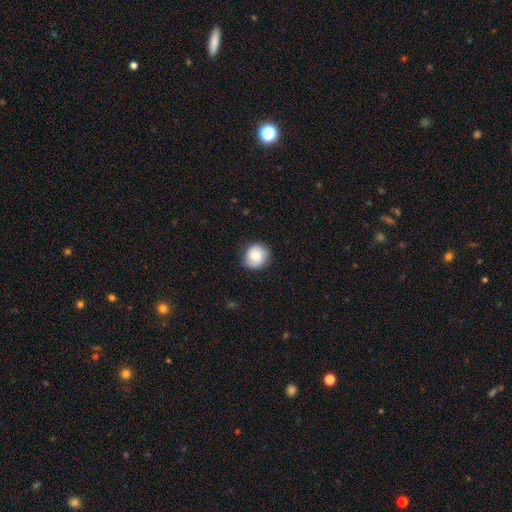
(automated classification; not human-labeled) smooth_or_featured: smooth (p=0.73) [alt: featured or disk p=0.19]
how_rounded: round (p=0.88) [alt: in between p=0.11]
merging: none (p=0.82) [alt: minor disturbance p=0.14]